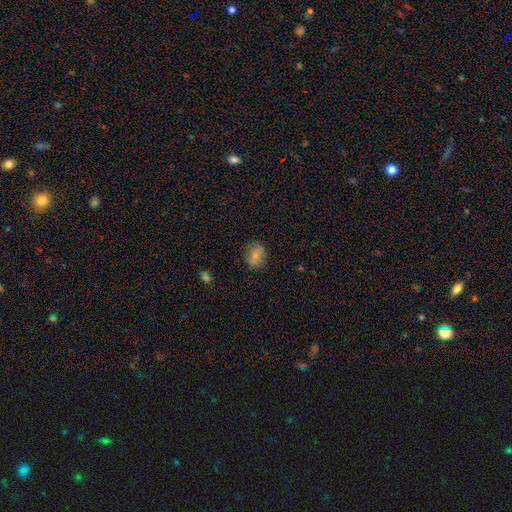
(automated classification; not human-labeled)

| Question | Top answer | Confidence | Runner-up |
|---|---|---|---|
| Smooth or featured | smooth | 78% | featured or disk (12%) |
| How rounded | in between | 56% | round (42%) |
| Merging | none | 78% | minor disturbance (16%) |